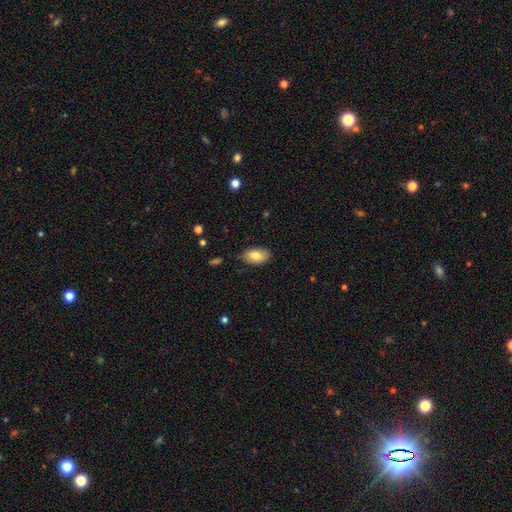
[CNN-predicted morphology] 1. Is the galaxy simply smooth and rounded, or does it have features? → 81% smooth, 13% featured or disk, 7% star or artifact.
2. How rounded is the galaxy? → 94% in between, 4% round, 2% cigar-shaped.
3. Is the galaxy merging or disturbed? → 80% none, 16% minor disturbance, 3% major disturbance, 1% merger.